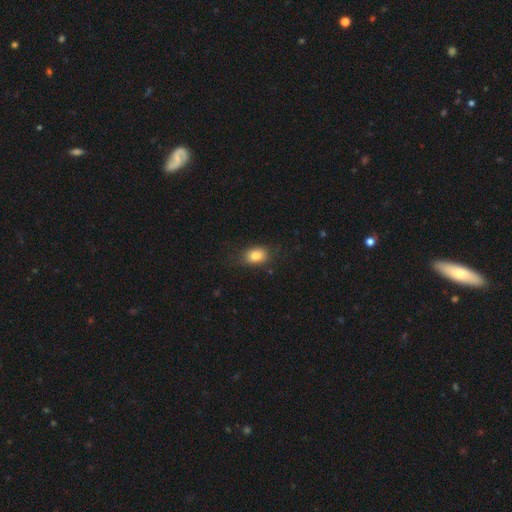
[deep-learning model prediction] Smooth or featured?
  - smooth: 83% *
  - star or artifact: 9%
  - featured or disk: 8%
How rounded?
  - in between: 75% *
  - round: 24%
  - cigar-shaped: 2%
Merging?
  - none: 74% *
  - minor disturbance: 18%
  - major disturbance: 6%
  - merger: 1%